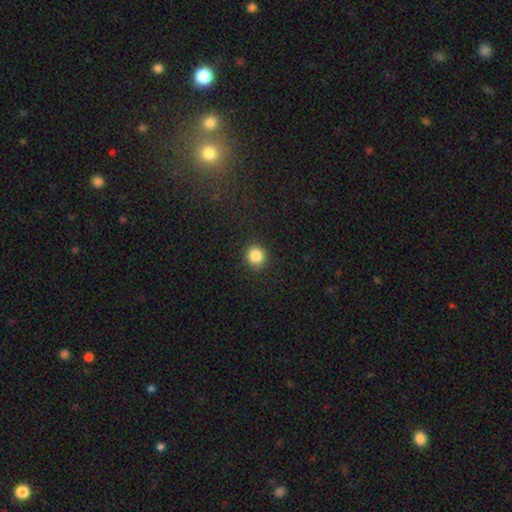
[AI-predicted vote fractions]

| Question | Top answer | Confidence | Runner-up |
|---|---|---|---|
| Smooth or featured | smooth | 86% | star or artifact (10%) |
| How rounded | round | 90% | in between (9%) |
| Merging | none | 89% | minor disturbance (7%) |